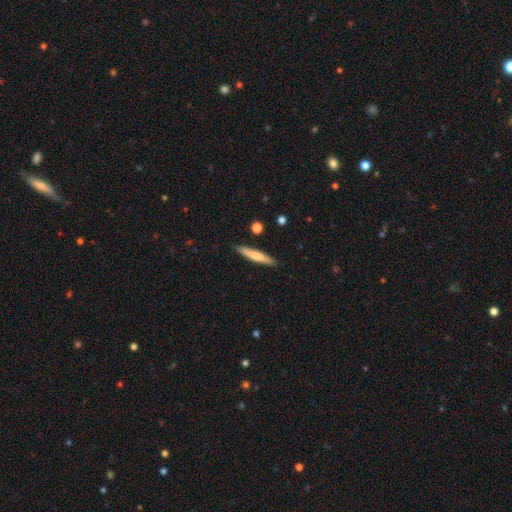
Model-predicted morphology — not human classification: Smooth or featured? smooth (70%)
How rounded? cigar-shaped (93%)
Merging? none (89%)